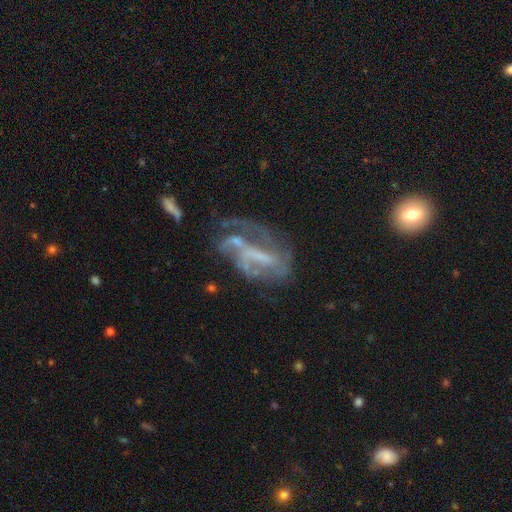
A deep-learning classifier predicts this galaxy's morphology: This is likely a featured or disk galaxy (76%). It is clearly not viewed edge-on (94%). Bar: marginally strong (37%). Spiral arm pattern: likely yes (75%). Spiral arm count: marginally can't tell (33%). Spiral winding: marginally medium (41%). Central bulge: possibly none (48%). Merging: marginally major disturbance (36%, tied with none).